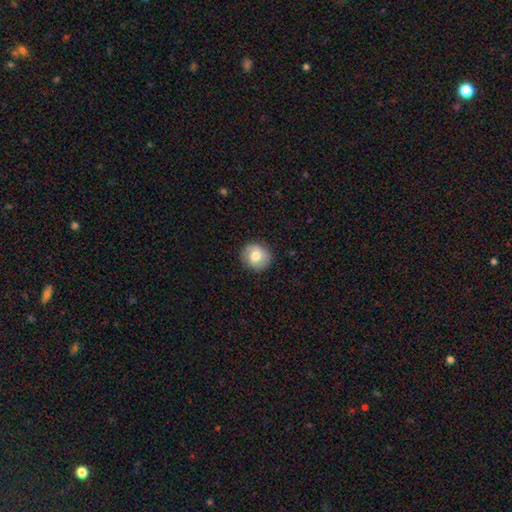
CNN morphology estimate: This appears to be a smooth galaxy with no disk features (70%) that is round (88%). Merging: none (86%).